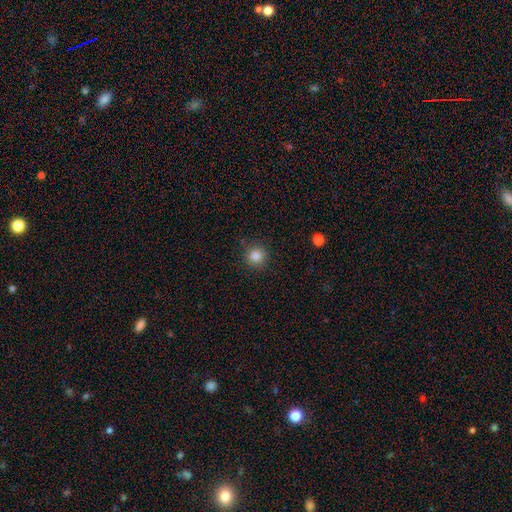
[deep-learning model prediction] Overall: smooth (84%). How rounded: round (94%). Merging: none (89%).